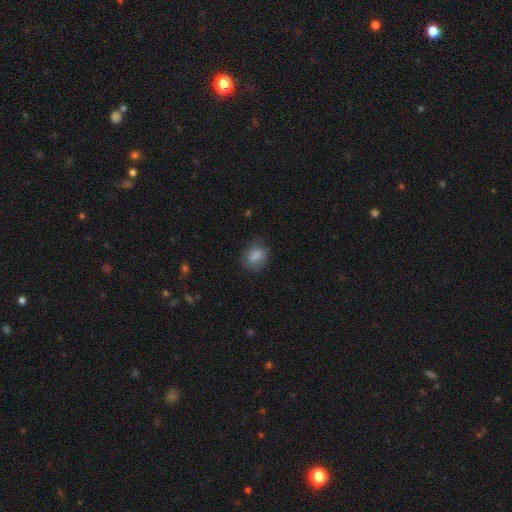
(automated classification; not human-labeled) Q: Smooth or featured?
A: smooth (82%); runner-up: featured or disk (9%)
Q: How rounded?
A: in between (55%); runner-up: round (44%)
Q: Merging?
A: none (70%); runner-up: minor disturbance (21%)